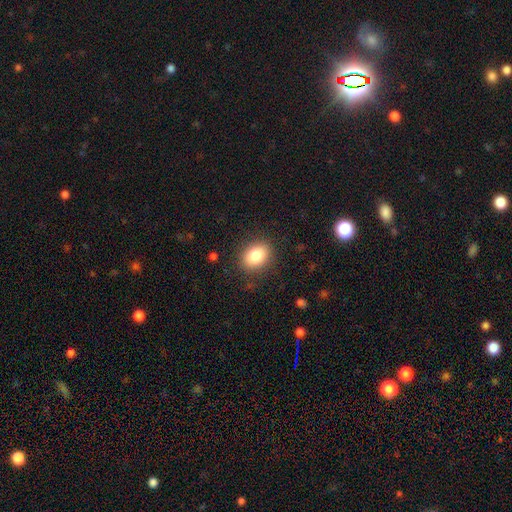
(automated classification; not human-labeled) smooth_or_featured: smooth (p=0.84) [alt: star or artifact p=0.08]
how_rounded: in between (p=0.69) [alt: round p=0.30]
merging: none (p=0.86) [alt: minor disturbance p=0.10]